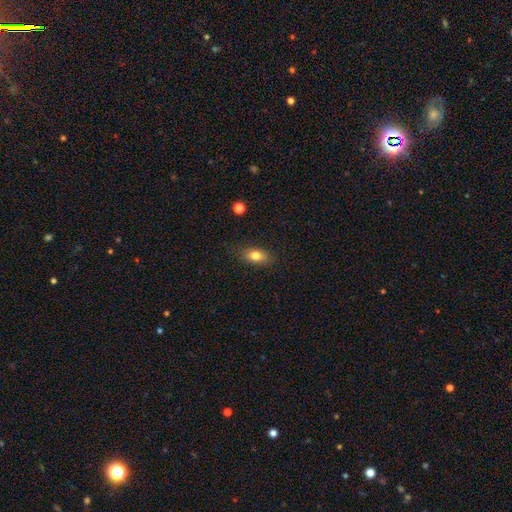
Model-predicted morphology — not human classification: This appears to be a smooth galaxy with no disk features (78%) that is in between round and cigar-shaped (81%). Merging: none (81%).